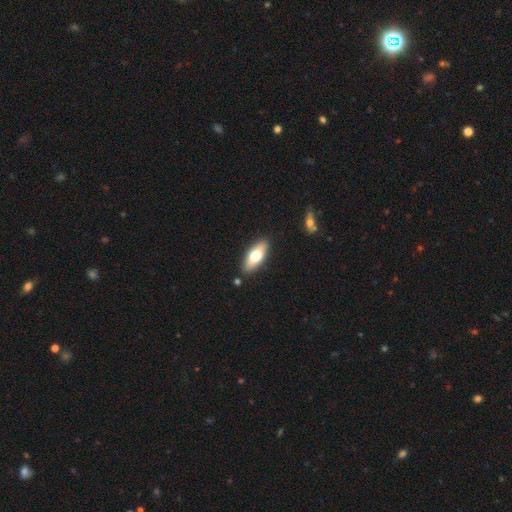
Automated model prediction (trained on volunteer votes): Overall: smooth (64%; featured or disk 30%). How rounded: in between (73%). Merging: none (87%).